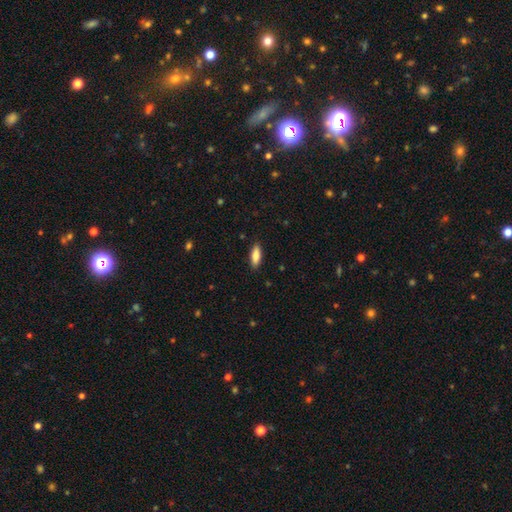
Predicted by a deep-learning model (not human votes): Morphology: type=smooth (83%); roundness=in between (60%); merging=none (88%).